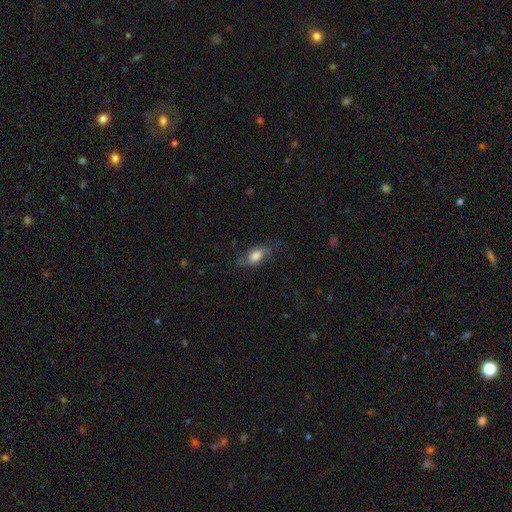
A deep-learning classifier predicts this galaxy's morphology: type=smooth (50%); roundness=in between (82%); merging=none (62%).